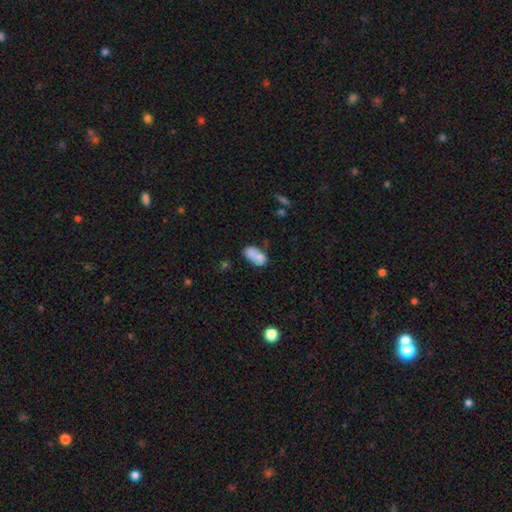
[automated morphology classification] This appears to be a smooth galaxy with no disk features (75%) that is in between round and cigar-shaped (85%). Merging: merger (52%).